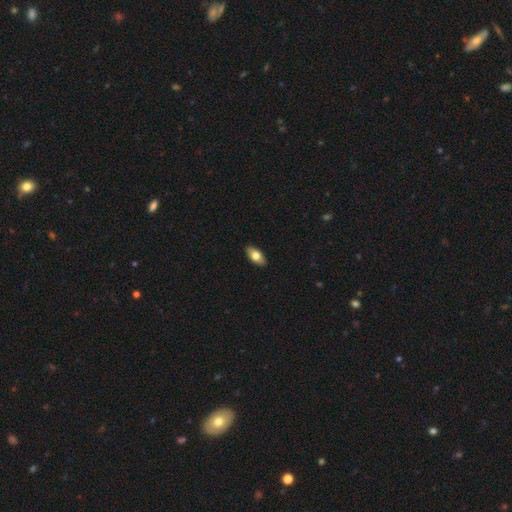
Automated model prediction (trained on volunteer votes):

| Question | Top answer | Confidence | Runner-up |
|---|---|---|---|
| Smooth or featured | smooth | 74% | featured or disk (19%) |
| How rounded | in between | 90% | cigar-shaped (6%) |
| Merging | none | 90% | minor disturbance (8%) |